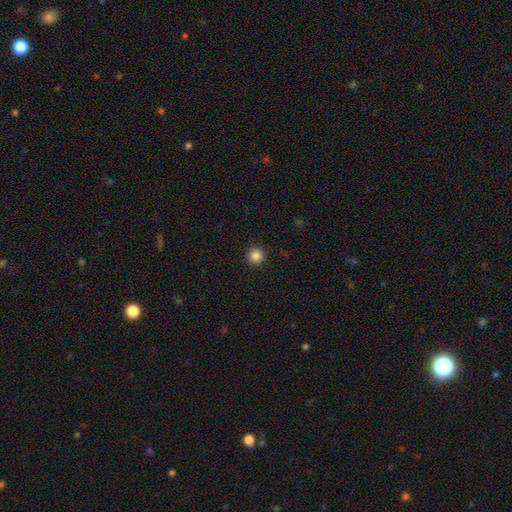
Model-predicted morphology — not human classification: Overall: smooth (85%). How rounded: round (96%). Merging: none (93%).